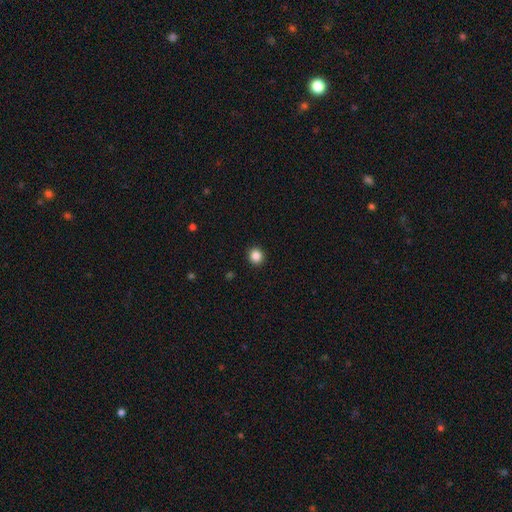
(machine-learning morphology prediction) type=smooth (86%); roundness=round (89%); merging=none (93%).